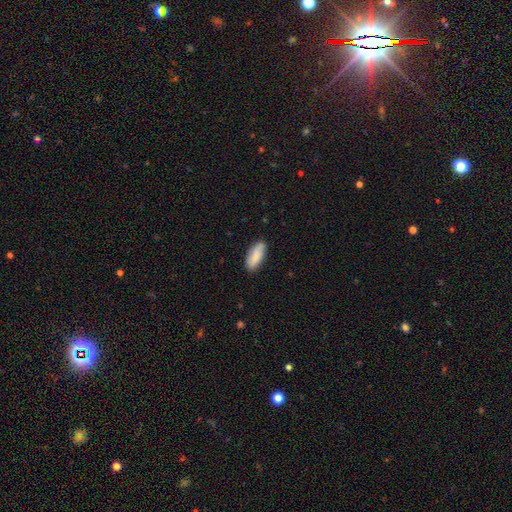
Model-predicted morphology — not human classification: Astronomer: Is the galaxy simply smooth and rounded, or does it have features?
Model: smooth — 76%.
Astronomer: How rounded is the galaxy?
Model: in between — 80%.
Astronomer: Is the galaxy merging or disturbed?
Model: none — 83%.